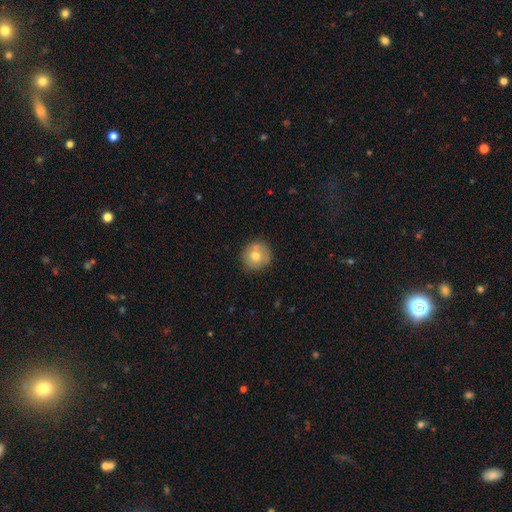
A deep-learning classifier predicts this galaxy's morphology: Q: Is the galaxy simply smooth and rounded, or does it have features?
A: smooth — 72%.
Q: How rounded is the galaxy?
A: round — 92%.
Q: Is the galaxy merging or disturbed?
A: none — 74%.